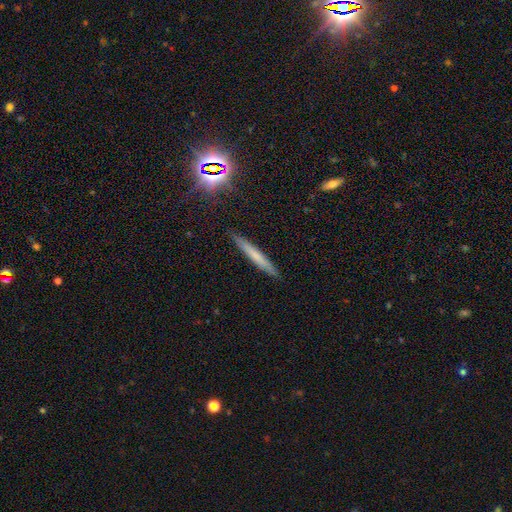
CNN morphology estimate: A smooth galaxy with no disk features (59%) that is cigar-shaped (95%).

Vote fractions:
- Smooth or featured? smooth: 59% / featured or disk: 32% / star or artifact: 9%
- How rounded? cigar-shaped: 95% / in between: 3% / round: 1%
- Merging? none: 89% / minor disturbance: 8% / major disturbance: 2% / merger: 1%